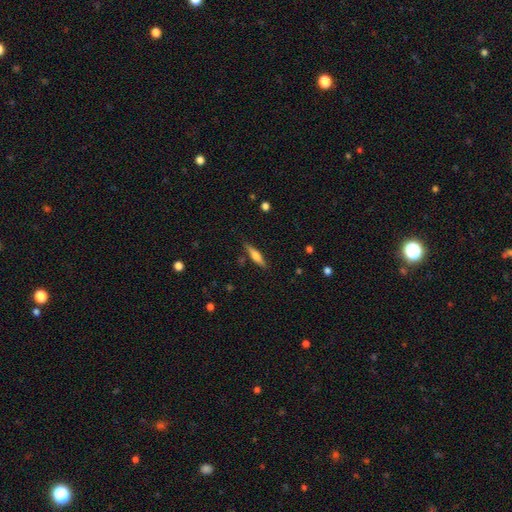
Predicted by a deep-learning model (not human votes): Smooth or featured? Predicted: smooth (p=0.50). How rounded? Predicted: cigar-shaped (p=0.80). Merging? Predicted: none (p=0.84).